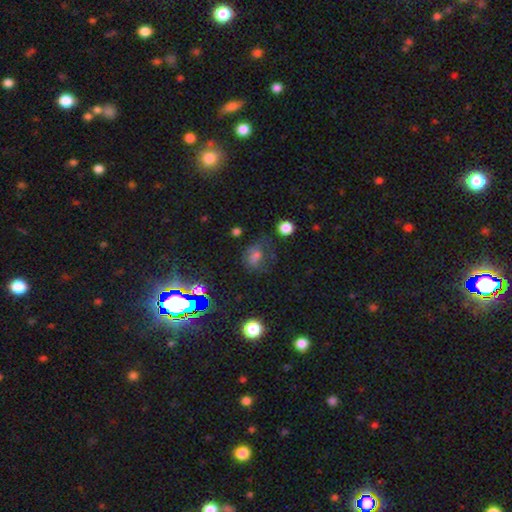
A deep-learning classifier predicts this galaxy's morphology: smooth-or-featured: smooth: 55% | star or artifact: 26% | featured or disk: 18%
  how-rounded: in between: 55% | round: 43% | cigar-shaped: 2%
  merging: none: 49% | minor disturbance: 25% | major disturbance: 23% | merger: 4%